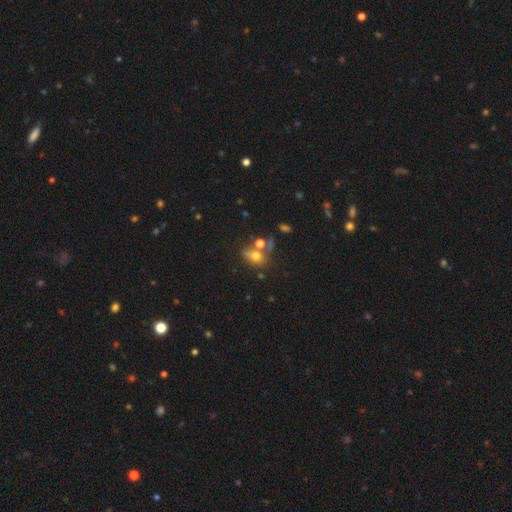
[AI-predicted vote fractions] smooth_or_featured: smooth (p=0.67) [alt: featured or disk p=0.19]
how_rounded: in between (p=0.62) [alt: round p=0.35]
merging: none (p=0.43) [alt: merger p=0.33]